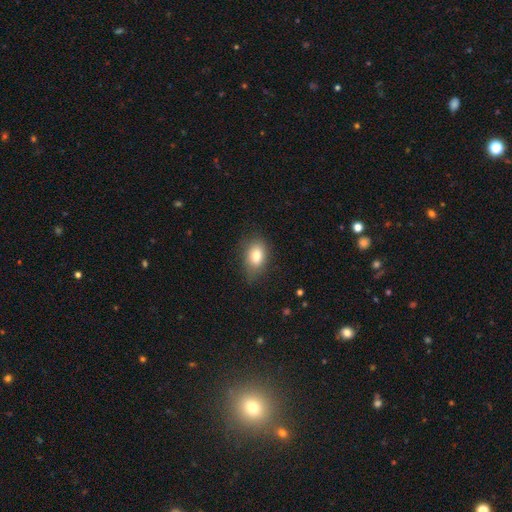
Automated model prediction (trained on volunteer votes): Smooth or featured: smooth — 79% (featured or disk — 12%)
How rounded: in between — 84% (round — 14%)
Merging: none — 74% (minor disturbance — 20%)